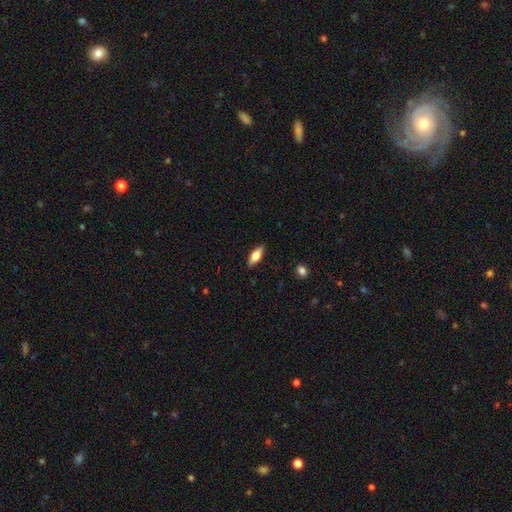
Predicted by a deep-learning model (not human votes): Q: Smooth or featured?
A: smooth (67%); runner-up: featured or disk (26%)
Q: How rounded?
A: in between (74%); runner-up: cigar-shaped (24%)
Q: Merging?
A: none (88%); runner-up: minor disturbance (9%)